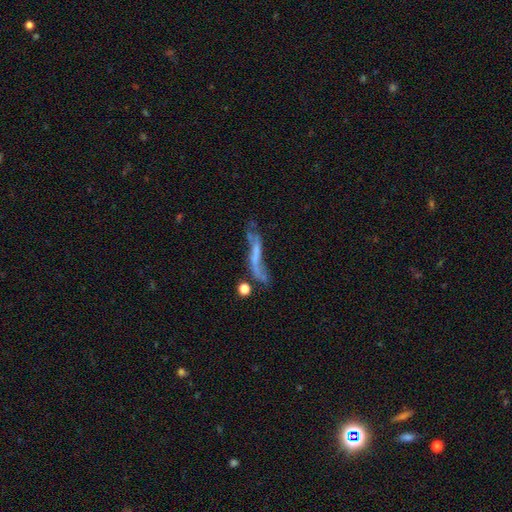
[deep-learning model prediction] smooth-or-featured: featured or disk: 57% | smooth: 31% | star or artifact: 12%
  disk-edge-on: no: 64% | yes: 36%
  merging: none: 34% | major disturbance: 29% | minor disturbance: 20% | merger: 17%